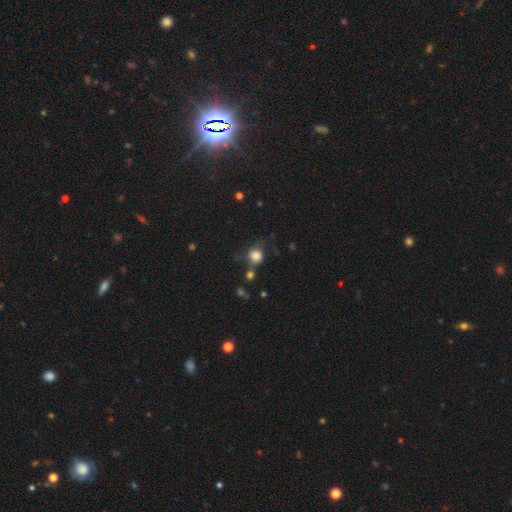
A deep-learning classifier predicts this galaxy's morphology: A smooth galaxy with no disk features (79%) that is round (80%). Merging: none (55%).